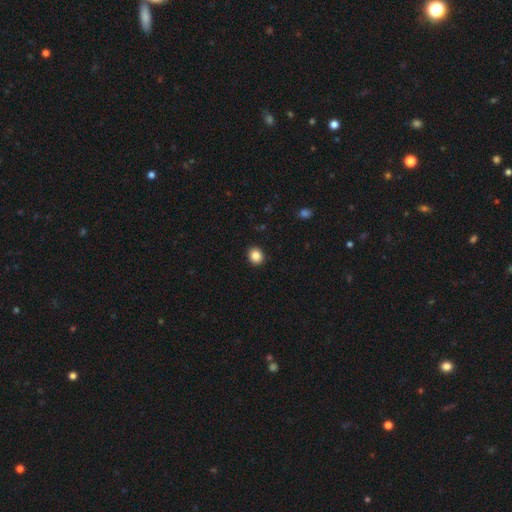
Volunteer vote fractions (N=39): Smooth or featured? 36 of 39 (92%) said smooth. How rounded? 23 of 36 (64%) said round. Merging? 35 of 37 (95%) said none.